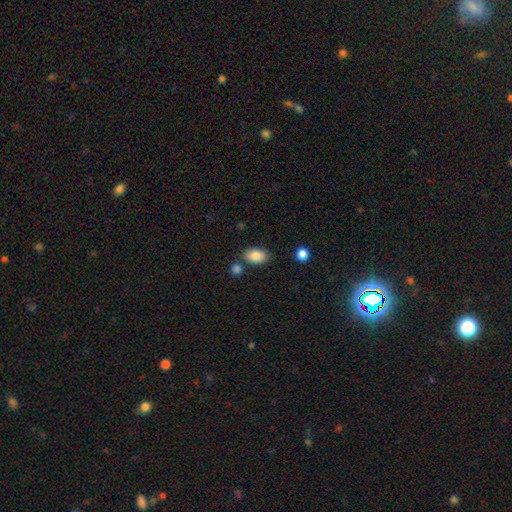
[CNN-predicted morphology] smooth 87%, star or artifact 8%, featured or disk 6%. Down the decision tree: how rounded — in between (88%); merging — none (75%).